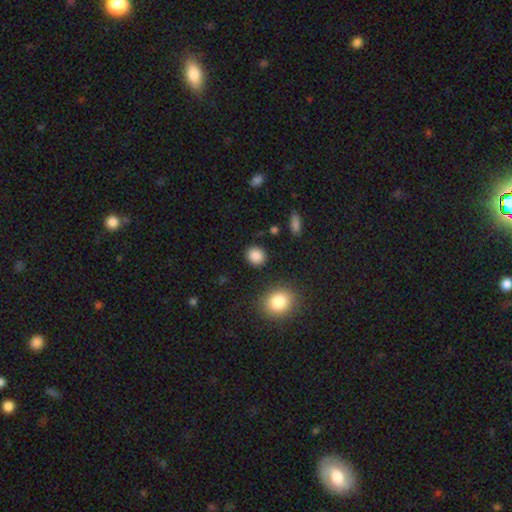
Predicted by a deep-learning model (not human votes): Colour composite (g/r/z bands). It shows a smooth galaxy with no disk features (87%) that is round (81%). Merging: none (88%).